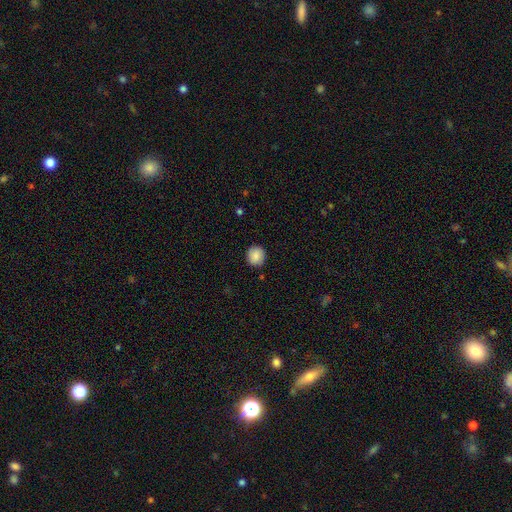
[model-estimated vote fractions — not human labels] Overall: smooth (88%). How rounded: round (88%). Merging: none (88%).